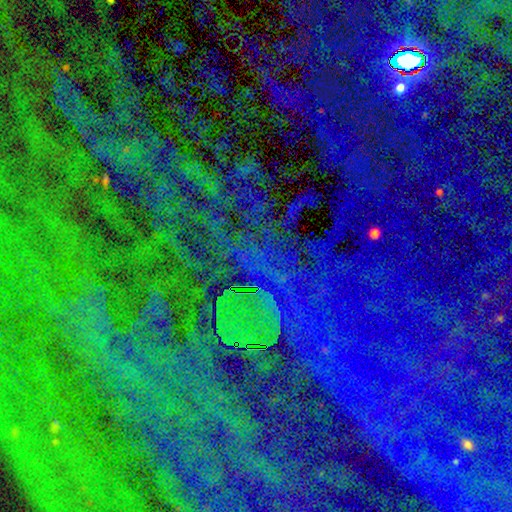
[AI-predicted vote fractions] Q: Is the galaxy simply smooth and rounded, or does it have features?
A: star or artifact — 85%.